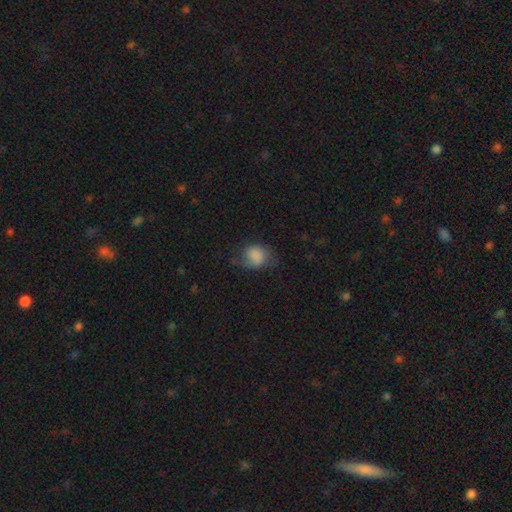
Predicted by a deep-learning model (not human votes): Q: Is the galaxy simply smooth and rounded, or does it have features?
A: smooth — 70%.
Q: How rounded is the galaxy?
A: round — 52%.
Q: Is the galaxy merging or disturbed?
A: none — 51%.